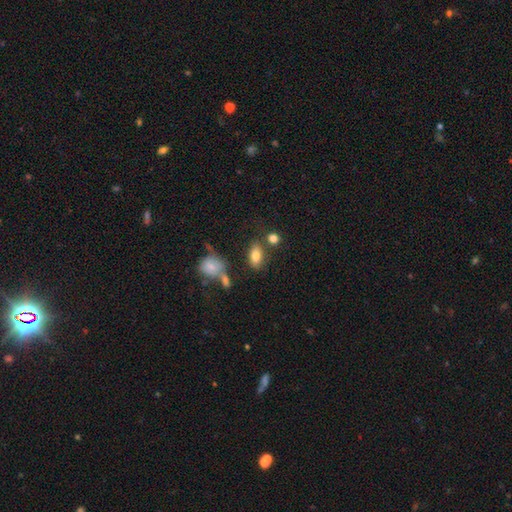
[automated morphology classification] This appears to be a smooth galaxy with no disk features (81%) that is in between round and cigar-shaped (87%). Merging: none (70%).